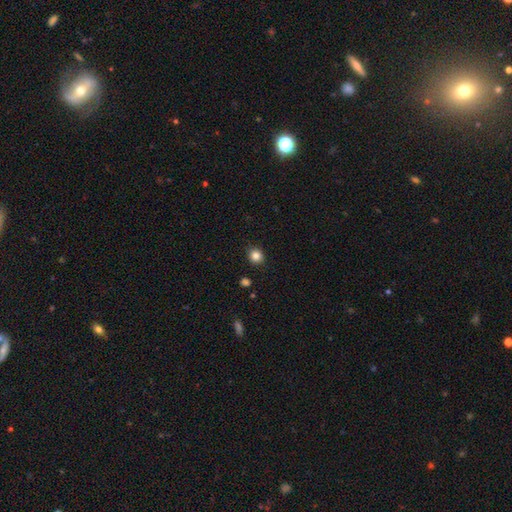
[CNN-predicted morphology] smooth-or-featured: smooth: 84% | star or artifact: 11% | featured or disk: 5%
  how-rounded: round: 87% | in between: 12% | cigar-shaped: 1%
  merging: none: 91% | minor disturbance: 6% | major disturbance: 2% | merger: 1%